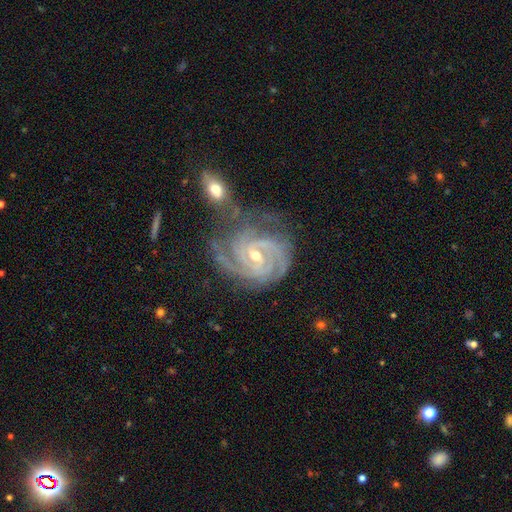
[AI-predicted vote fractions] This is clearly a featured or disk galaxy (92%). It is clearly not viewed edge-on (98%). Bar: possibly weak (49%). Spiral arm pattern: clearly yes (99%). Spiral arm count: marginally 3 (38%). Spiral winding: likely tight (77%). Central bulge: possibly small (52%). Merging: possibly none (58%).